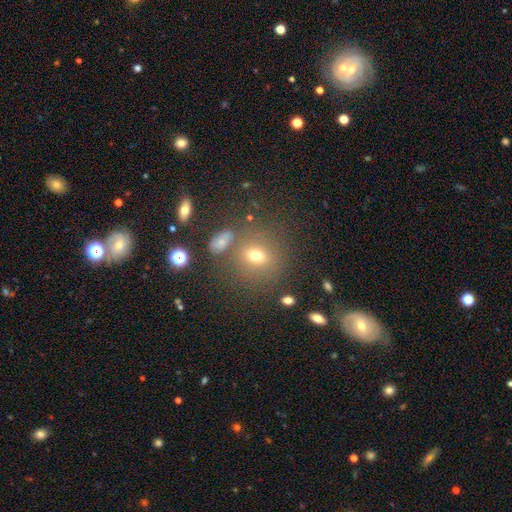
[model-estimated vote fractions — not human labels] Smooth or featured? smooth (66%)
How rounded? round (68%)
Merging? none (72%)